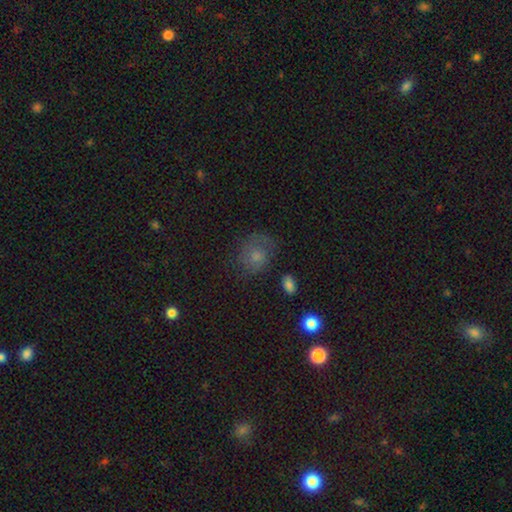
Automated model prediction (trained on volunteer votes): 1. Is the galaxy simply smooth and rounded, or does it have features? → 61% smooth, 24% featured or disk, 15% star or artifact.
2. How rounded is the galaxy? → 67% round, 32% in between, 1% cigar-shaped.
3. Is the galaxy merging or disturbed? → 59% none, 24% minor disturbance, 15% major disturbance, 3% merger.